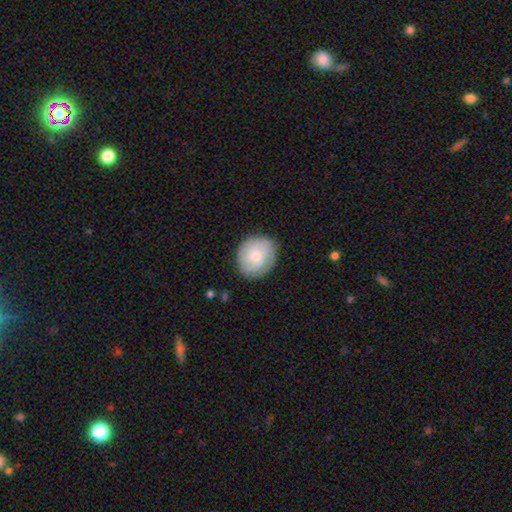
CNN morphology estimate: Smooth or featured? Predicted: smooth (p=0.58). How rounded? Predicted: round (p=0.75). Merging? Predicted: none (p=0.79).